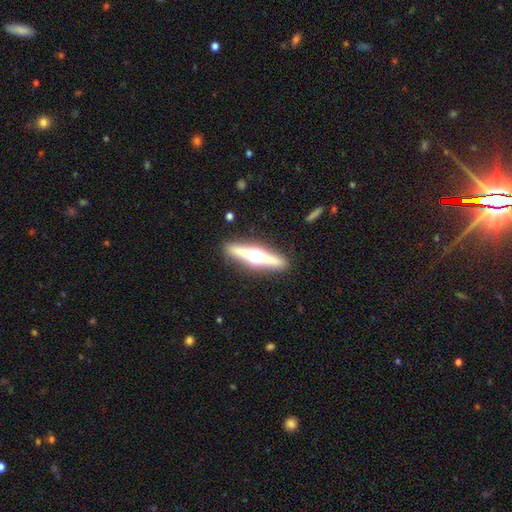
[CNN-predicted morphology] Overall: featured or disk (76%). Edge-on disk: yes (97%). Edge-on bulge: rounded (94%). Merging: none (89%).